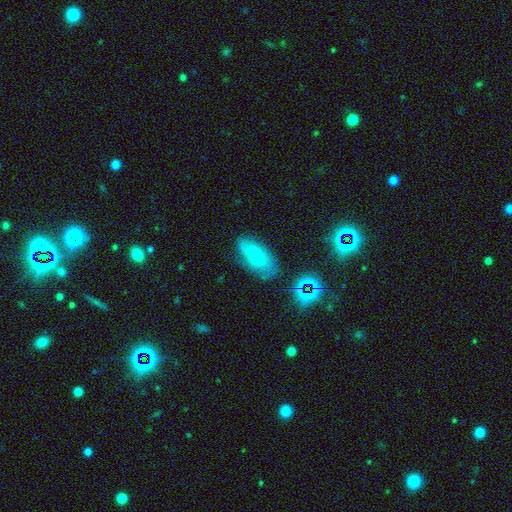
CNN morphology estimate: This appears to be a smooth galaxy with no disk features (60%) that is in between round and cigar-shaped (89%). Merging: none (65%).